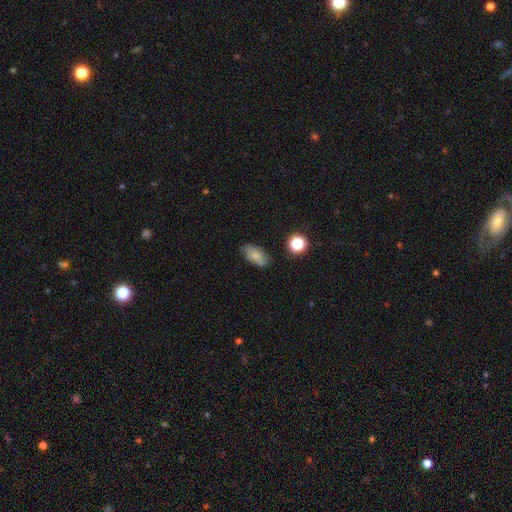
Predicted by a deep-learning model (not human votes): A smooth galaxy with no disk features (77%) that is in between round and cigar-shaped (89%).

Vote fractions:
- Smooth or featured? smooth: 77% / featured or disk: 13% / star or artifact: 10%
- How rounded? in between: 89% / round: 7% / cigar-shaped: 4%
- Merging? none: 71% / minor disturbance: 22% / major disturbance: 4% / merger: 3%